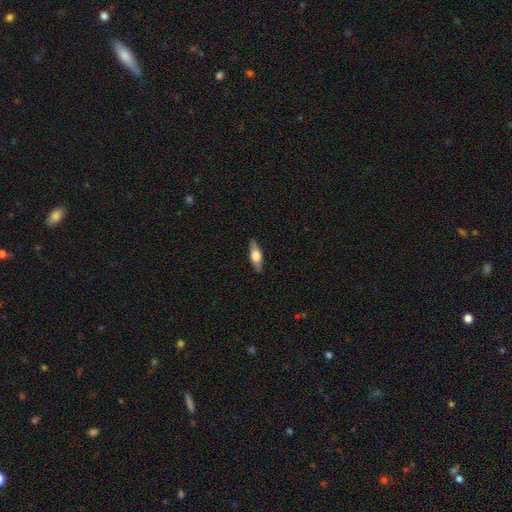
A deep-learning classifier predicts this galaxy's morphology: Smooth or featured: smooth — 53% (featured or disk — 41%)
How rounded: in between — 61% (cigar-shaped — 35%)
Merging: none — 86% (minor disturbance — 10%)